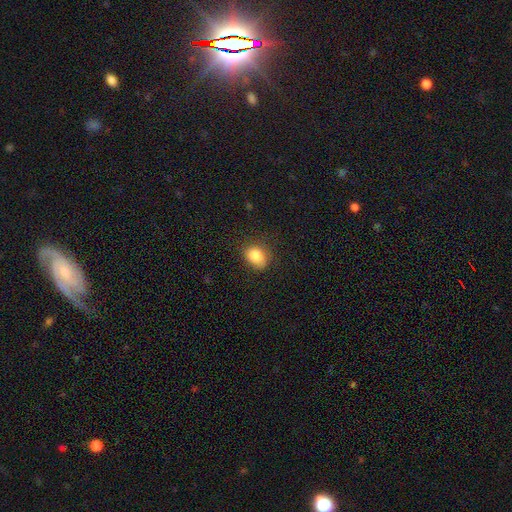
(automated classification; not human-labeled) Smooth or featured? Predicted: smooth (p=0.85). How rounded? Predicted: in between (p=0.50). Merging? Predicted: none (p=0.71).